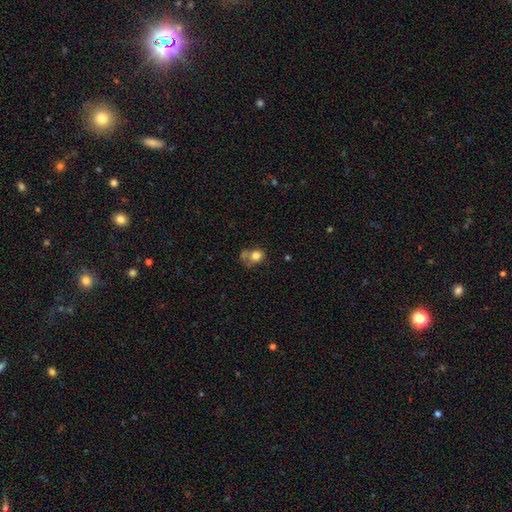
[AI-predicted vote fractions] Smooth or featured? smooth (76%)
How rounded? round (59%)
Merging? none (37%)